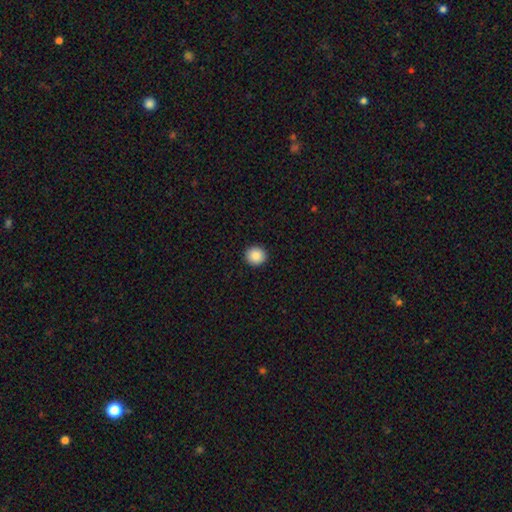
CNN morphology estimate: smooth 89%, star or artifact 8%, featured or disk 3%. Down the decision tree: how rounded — round (91%); merging — none (93%).